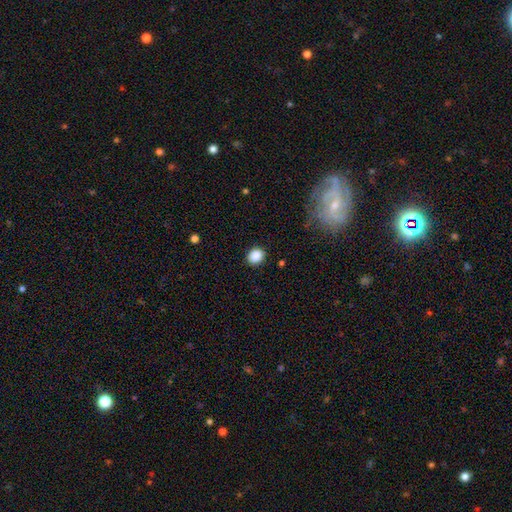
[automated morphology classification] smooth_or_featured: smooth (p=0.88) [alt: star or artifact p=0.09]
how_rounded: round (p=0.65) [alt: in between p=0.34]
merging: none (p=0.89) [alt: minor disturbance p=0.08]